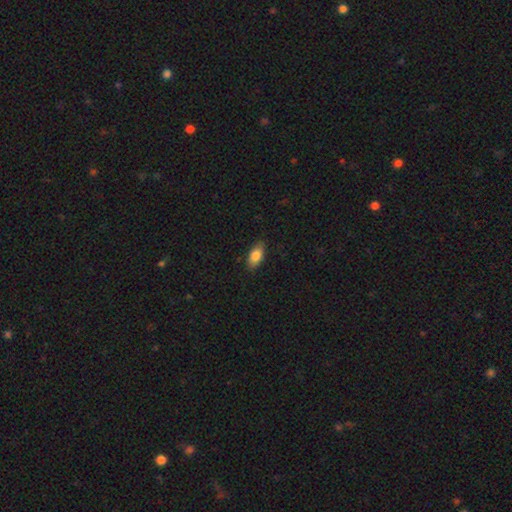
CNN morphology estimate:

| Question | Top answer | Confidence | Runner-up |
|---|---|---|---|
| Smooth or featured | smooth | 83% | featured or disk (10%) |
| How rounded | in between | 89% | cigar-shaped (7%) |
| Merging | none | 86% | minor disturbance (11%) |